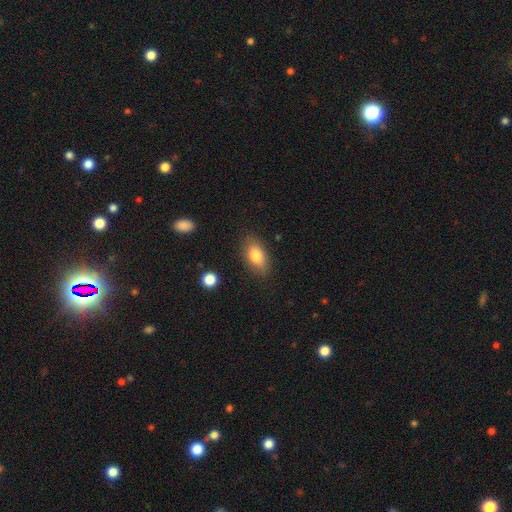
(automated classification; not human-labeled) smooth 79%, featured or disk 13%, star or artifact 8%. Down the decision tree: how rounded — in between (87%); merging — none (83%).